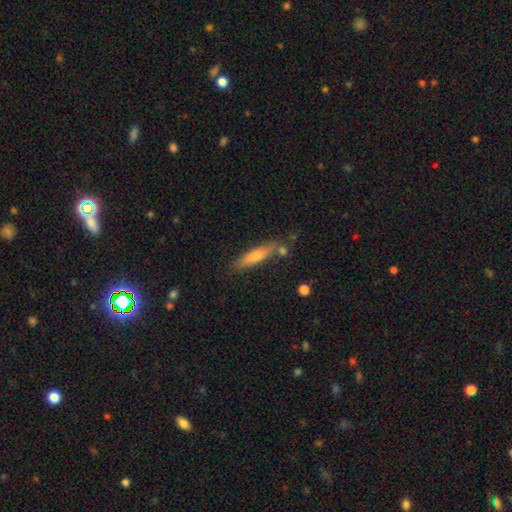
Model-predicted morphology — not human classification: smooth 46%, featured or disk 38%, star or artifact 16%. Down the decision tree: merging — none (75%).